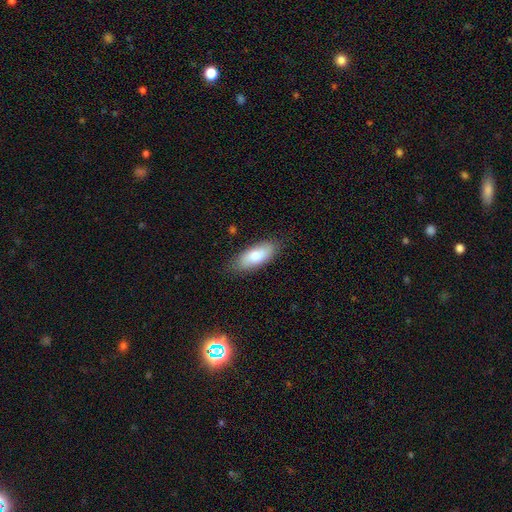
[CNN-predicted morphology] Smooth or featured? Predicted: smooth (p=0.80). How rounded? Predicted: in between (p=0.80). Merging? Predicted: none (p=0.83).